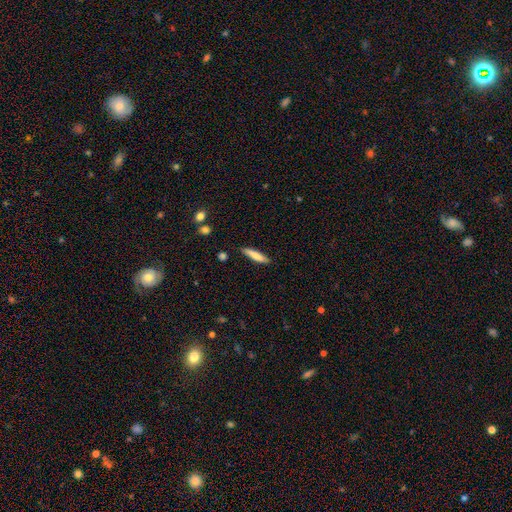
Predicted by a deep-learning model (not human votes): A smooth galaxy with no disk features (75%) that is cigar-shaped (85%).

Vote fractions:
- Smooth or featured? smooth: 75% / featured or disk: 19% / star or artifact: 6%
- How rounded? cigar-shaped: 85% / in between: 14% / round: 1%
- Merging? none: 85% / minor disturbance: 11% / major disturbance: 2% / merger: 2%